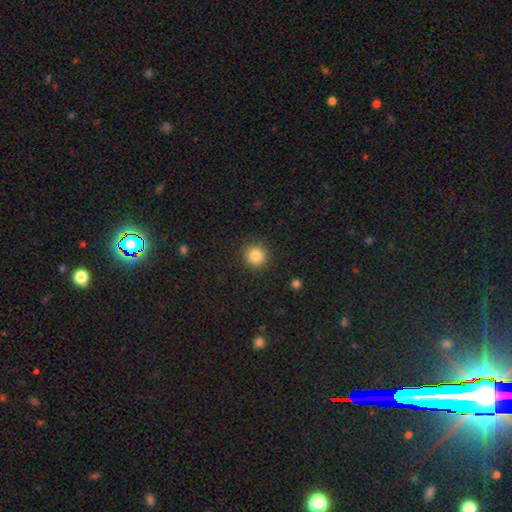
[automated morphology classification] smooth_or_featured: smooth (p=0.84) [alt: star or artifact p=0.11]
how_rounded: round (p=0.94) [alt: in between p=0.05]
merging: none (p=0.91) [alt: minor disturbance p=0.06]